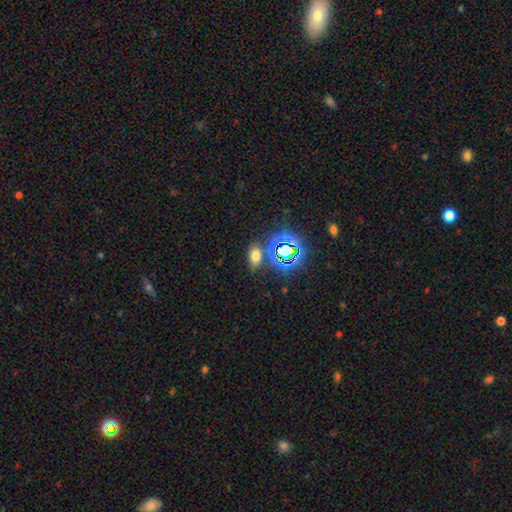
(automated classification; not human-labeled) This appears to be a smooth galaxy with no disk features (62%) that is in between round and cigar-shaped (84%). Merging: none (76%).